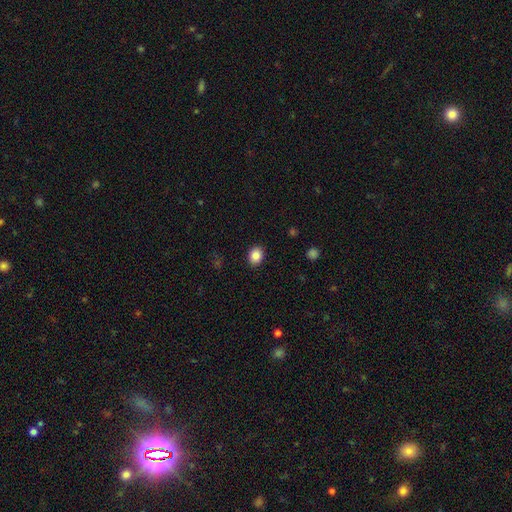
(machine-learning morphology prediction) This is clearly a smooth galaxy (86%). How rounded: possibly in between (56%). Merging: clearly none (89%).